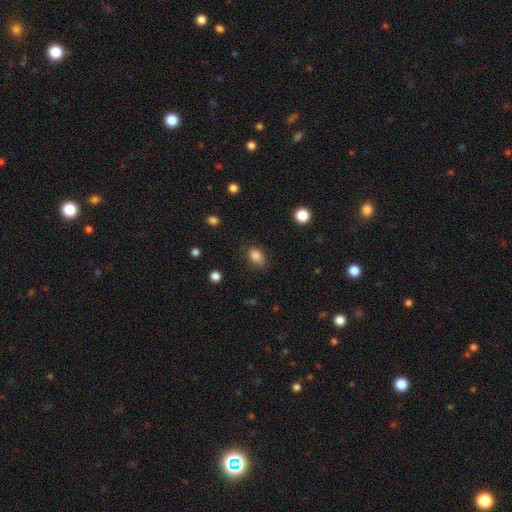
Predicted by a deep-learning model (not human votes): The model was most divided on "how rounded": in between: 76%, round: 22%, cigar-shaped: 1%. More confident: smooth or featured — smooth (85%); merging — none (79%).